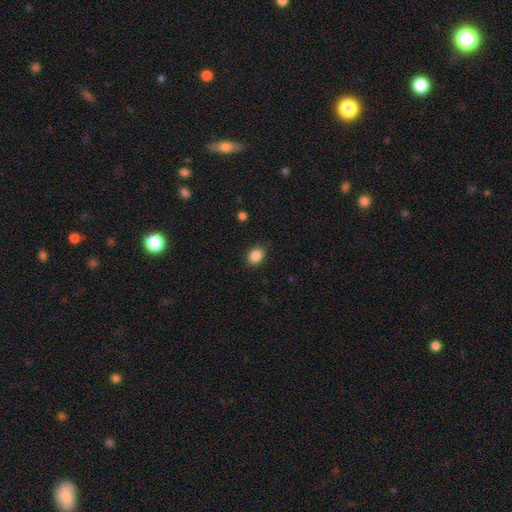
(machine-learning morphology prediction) smooth 88%, star or artifact 9%, featured or disk 4%. Down the decision tree: how rounded — in between (60%); merging — none (88%).